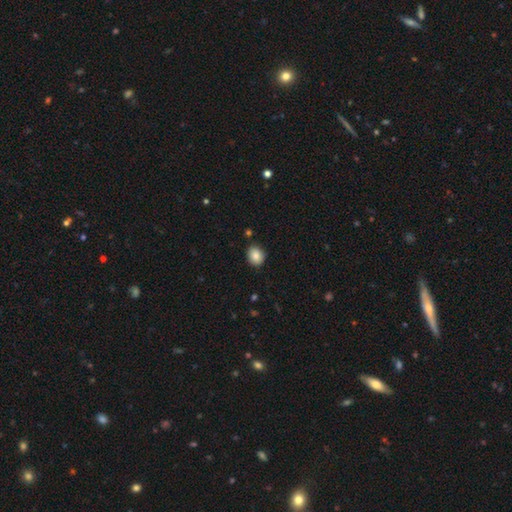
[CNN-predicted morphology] smooth 86%, star or artifact 9%, featured or disk 5%. Down the decision tree: how rounded — round (62%); merging — none (86%).